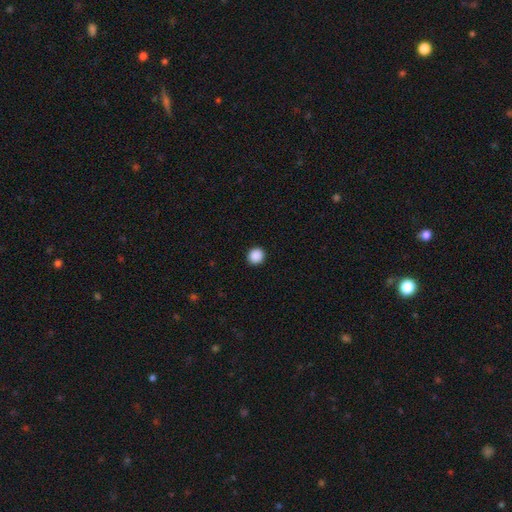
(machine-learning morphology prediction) Smooth or featured? smooth (89%)
How rounded? round (89%)
Merging? none (93%)